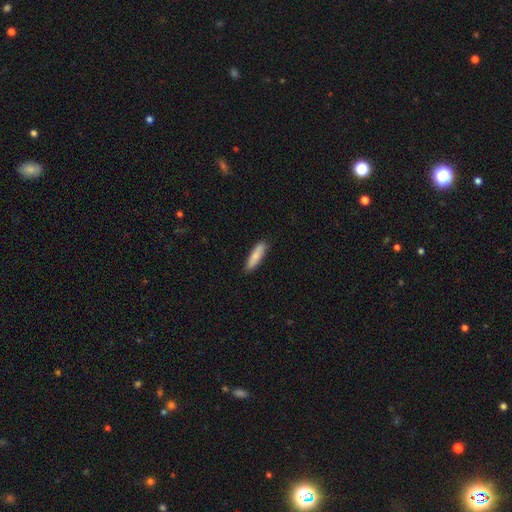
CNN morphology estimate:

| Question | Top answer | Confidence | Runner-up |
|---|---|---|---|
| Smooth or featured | smooth | 83% | featured or disk (11%) |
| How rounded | cigar-shaped | 70% | in between (28%) |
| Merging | none | 87% | minor disturbance (10%) |